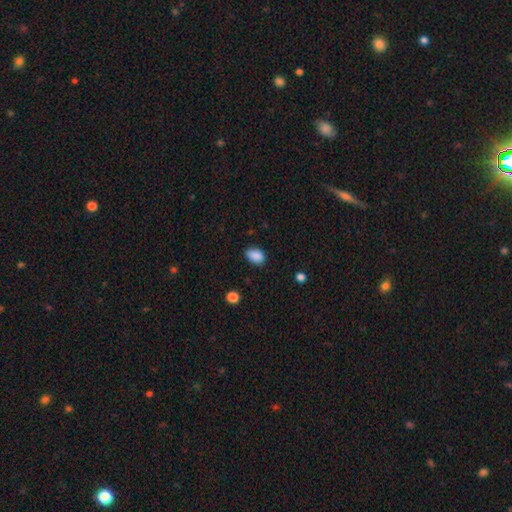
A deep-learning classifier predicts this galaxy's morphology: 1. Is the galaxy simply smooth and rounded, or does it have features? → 88% smooth, 8% star or artifact, 3% featured or disk.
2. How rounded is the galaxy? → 85% in between, 14% round, 1% cigar-shaped.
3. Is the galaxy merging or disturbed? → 78% none, 17% minor disturbance, 3% major disturbance, 1% merger.